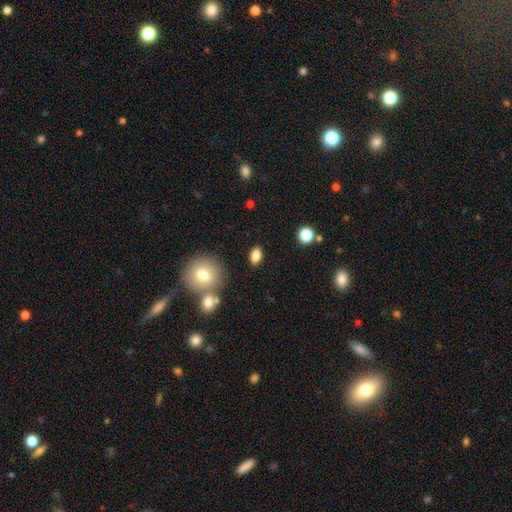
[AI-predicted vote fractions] Smooth or featured: smooth — 84% (star or artifact — 9%)
How rounded: in between — 83% (round — 14%)
Merging: none — 85% (minor disturbance — 9%)